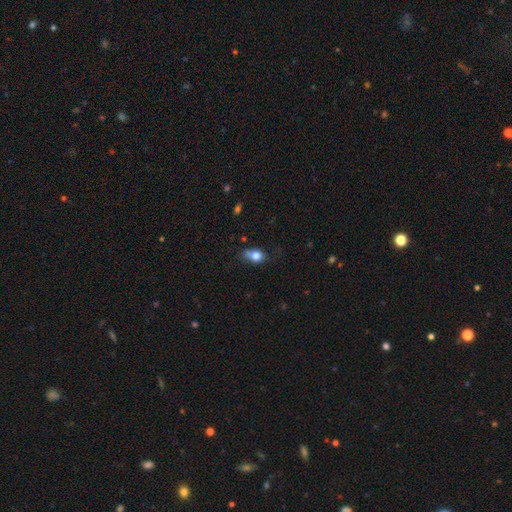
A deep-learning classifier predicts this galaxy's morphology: This appears to be a smooth galaxy with no disk features (79%) that is in between round and cigar-shaped (65%). Merging: none (42%).